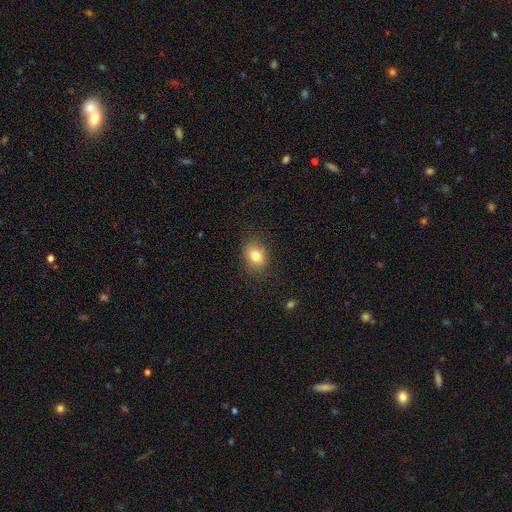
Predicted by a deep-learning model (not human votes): This appears to be a smooth galaxy with no disk features (81%) that is in between round and cigar-shaped (55%). Merging: none (84%).